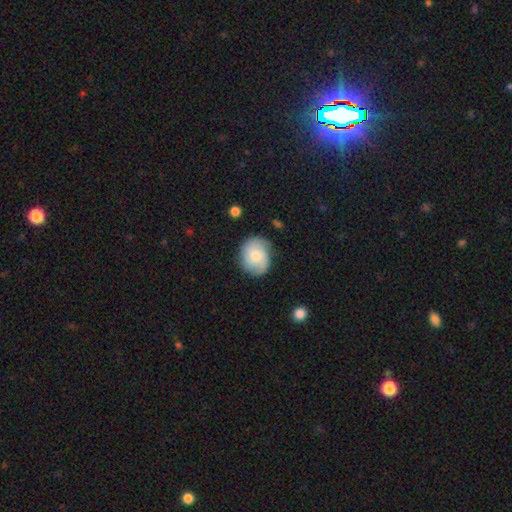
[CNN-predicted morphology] smooth-or-featured: smooth: 64% | featured or disk: 29% | star or artifact: 7%
  how-rounded: round: 57% | in between: 42% | cigar-shaped: 1%
  merging: none: 74% | minor disturbance: 19% | major disturbance: 5% | merger: 2%